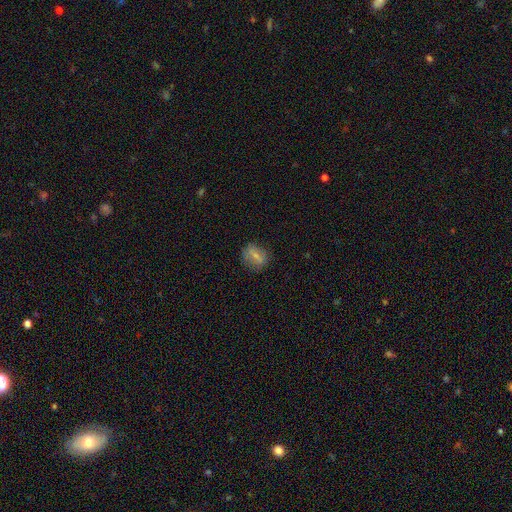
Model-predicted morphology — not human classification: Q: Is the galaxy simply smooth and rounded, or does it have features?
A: smooth — 64%.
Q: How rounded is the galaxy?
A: in between — 49%.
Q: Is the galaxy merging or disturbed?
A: none — 77%.